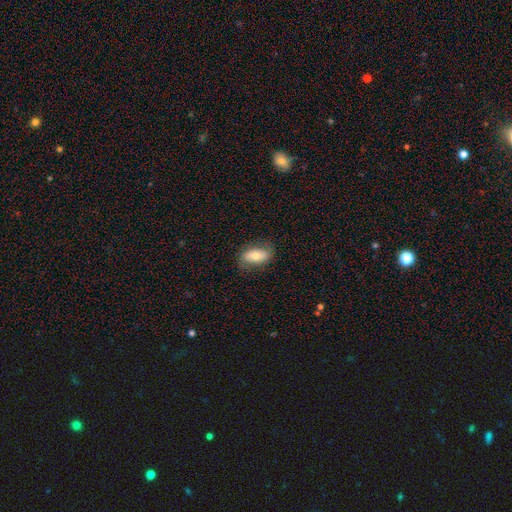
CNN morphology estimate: The model was most divided on "smooth or featured": smooth: 66%, featured or disk: 27%, star or artifact: 7%. More confident: how rounded — in between (90%); merging — none (78%).